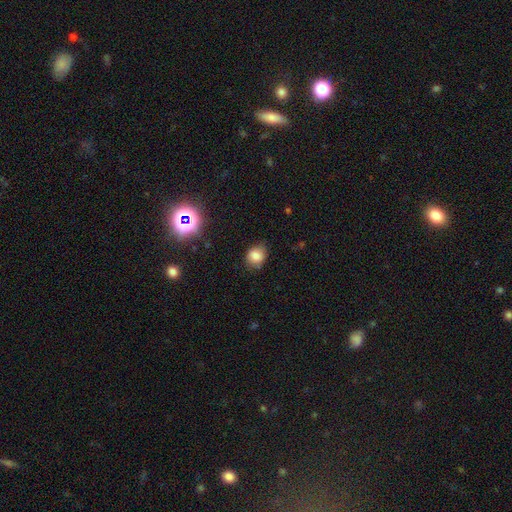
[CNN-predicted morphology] A smooth galaxy with no disk features (79%) that is round (60%).

Vote fractions:
- Smooth or featured? smooth: 79% / star or artifact: 13% / featured or disk: 8%
- How rounded? round: 60% / in between: 39% / cigar-shaped: 1%
- Merging? none: 75% / minor disturbance: 19% / major disturbance: 4% / merger: 2%